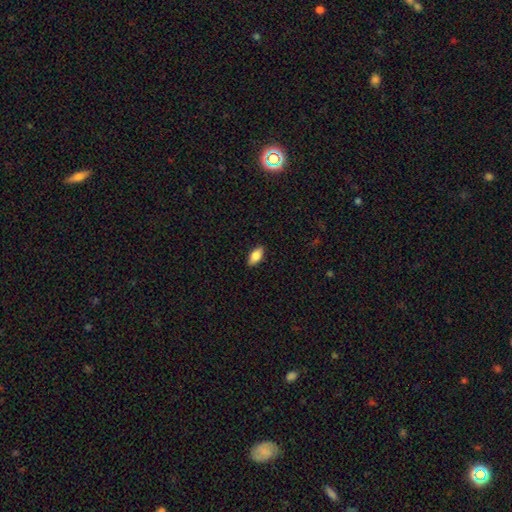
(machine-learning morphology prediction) This is clearly a smooth galaxy (83%). How rounded: clearly in between (90%). Merging: clearly none (88%).